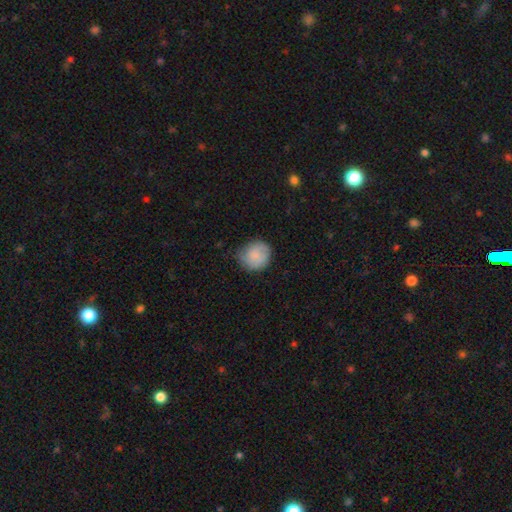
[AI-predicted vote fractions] Morphology: type=smooth (81%); roundness=round (84%); merging=none (69%).